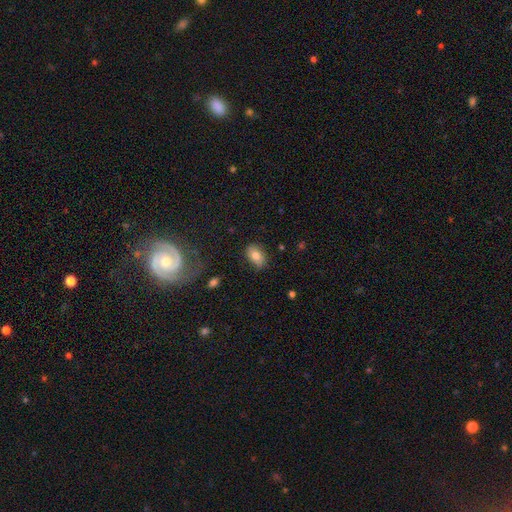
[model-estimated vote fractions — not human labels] The model was most divided on "smooth or featured": smooth: 77%, featured or disk: 14%, star or artifact: 9%. More confident: how rounded — in between (86%); merging — none (80%).